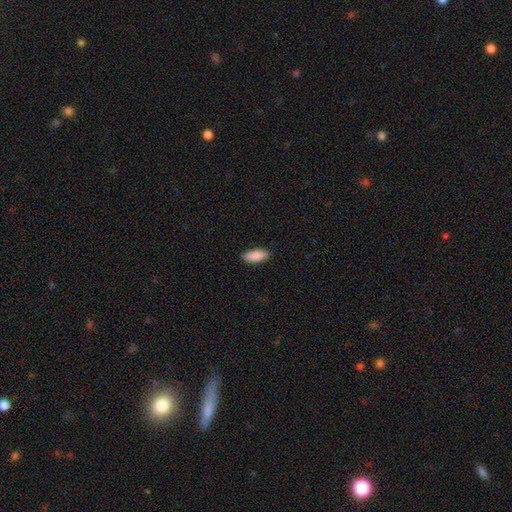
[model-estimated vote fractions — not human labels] This is clearly a smooth galaxy (91%). How rounded: likely in between (79%). Merging: clearly none (90%).